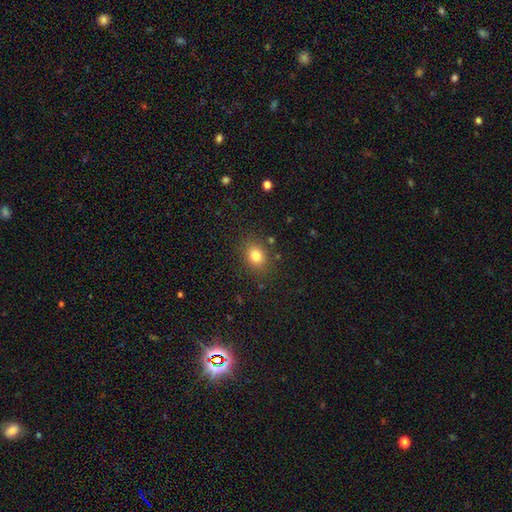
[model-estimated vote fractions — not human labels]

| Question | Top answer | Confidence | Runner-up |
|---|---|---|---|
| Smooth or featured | smooth | 81% | star or artifact (12%) |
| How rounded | in between | 50% | round (49%) |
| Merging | none | 84% | minor disturbance (11%) |